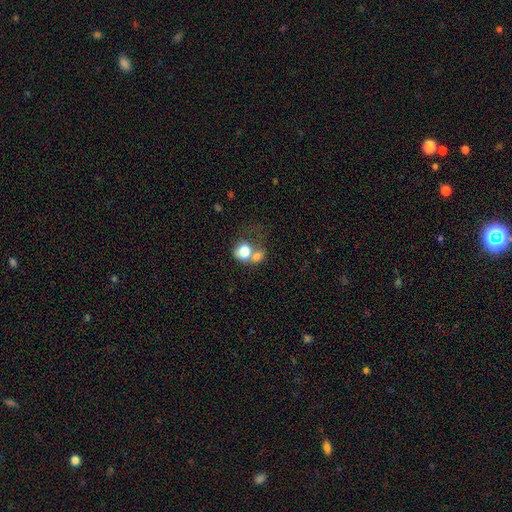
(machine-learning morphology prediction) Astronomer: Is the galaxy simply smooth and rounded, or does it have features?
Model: smooth — 69%.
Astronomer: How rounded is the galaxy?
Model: round — 64%.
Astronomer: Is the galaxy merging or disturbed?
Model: merger — 56%.